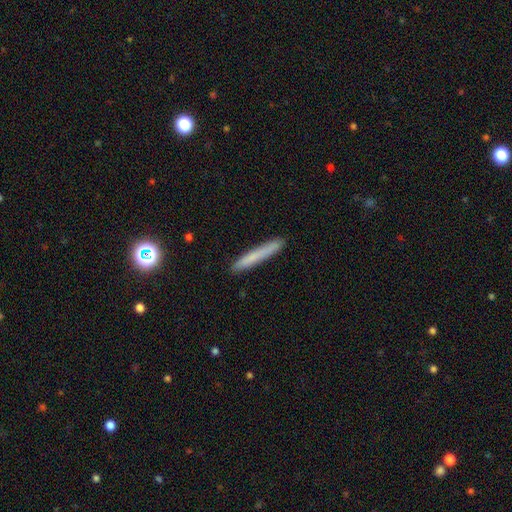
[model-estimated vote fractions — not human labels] Smooth or featured?
  - smooth: 71% *
  - featured or disk: 20%
  - star or artifact: 9%
How rounded?
  - cigar-shaped: 96% *
  - in between: 3%
  - round: 1%
Merging?
  - none: 90% *
  - minor disturbance: 8%
  - major disturbance: 2%
  - merger: 1%